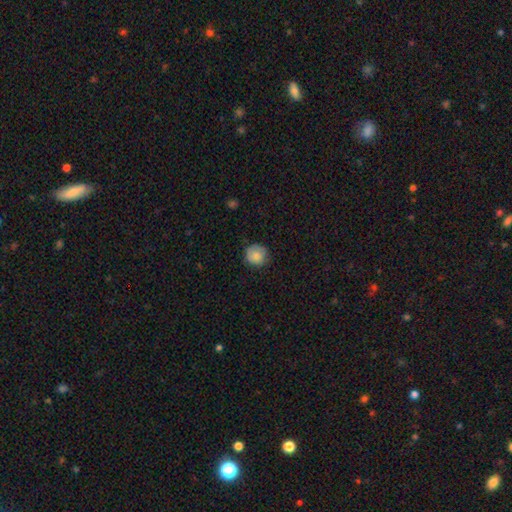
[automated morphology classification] This is likely a smooth galaxy (79%). How rounded: clearly round (89%). Merging: likely none (75%).